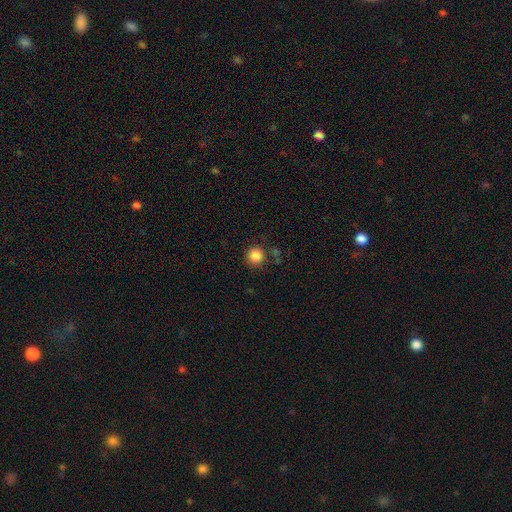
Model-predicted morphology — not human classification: Overall: smooth (86%). How rounded: round (93%). Merging: none (84%).